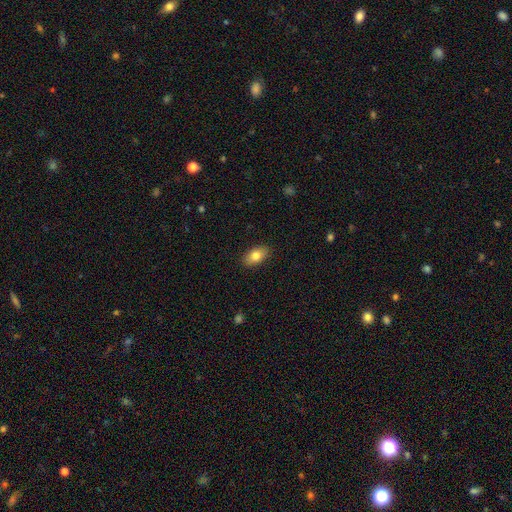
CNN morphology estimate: This appears to be a smooth galaxy with no disk features (81%) that is in between round and cigar-shaped (91%). Merging: none (89%).